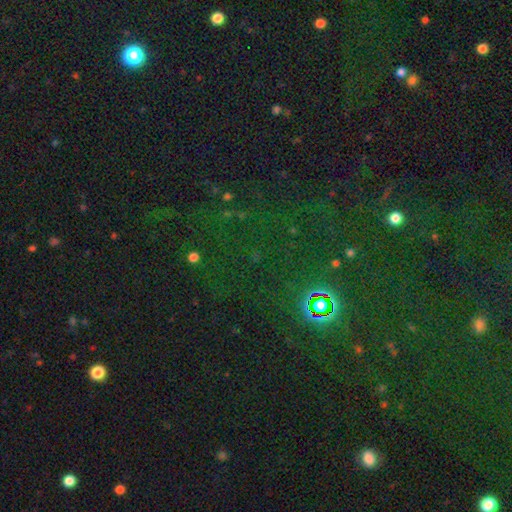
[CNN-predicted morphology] star or artifact 78%, smooth 15%, featured or disk 7%.